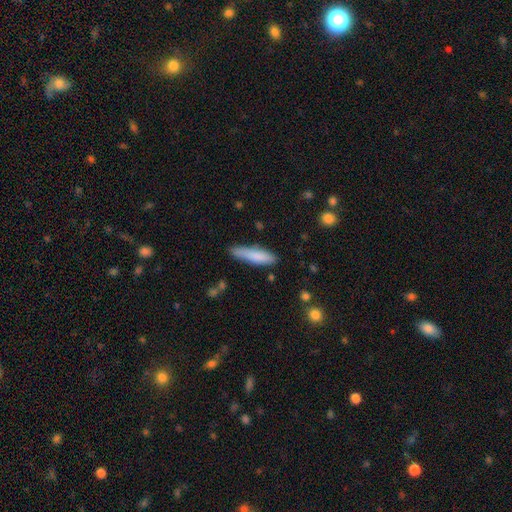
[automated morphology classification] Overall: smooth (82%). How rounded: cigar-shaped (76%). Merging: none (76%).